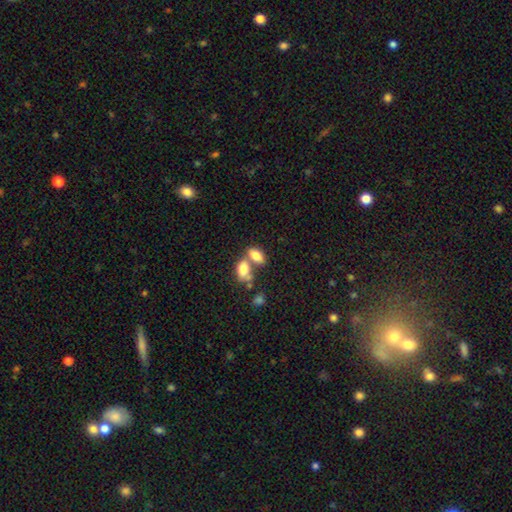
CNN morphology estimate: This is clearly a smooth galaxy (80%). How rounded: clearly in between (90%). Merging: possibly merger (50%).